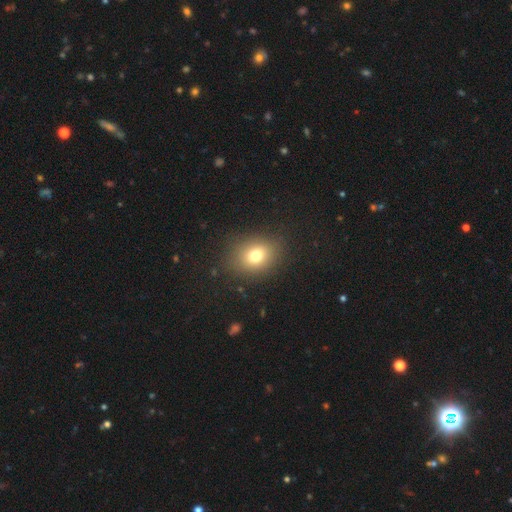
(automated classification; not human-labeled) This is likely a smooth galaxy (75%). How rounded: possibly round (52%). Merging: clearly none (86%).